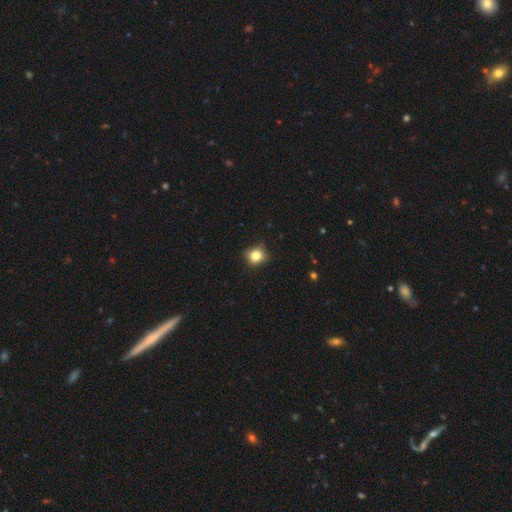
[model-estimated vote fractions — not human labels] Smooth or featured: smooth — 81% (star or artifact — 12%)
How rounded: round — 79% (in between — 20%)
Merging: none — 79% (minor disturbance — 17%)